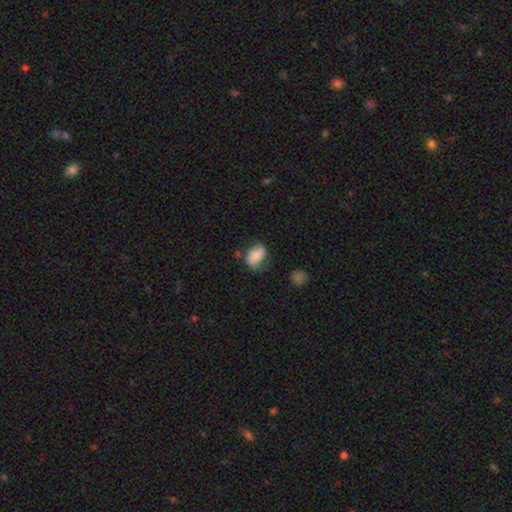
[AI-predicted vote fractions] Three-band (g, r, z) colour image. It shows a smooth galaxy with no disk features (62%) that is in between round and cigar-shaped (83%). Merging: none (57%).